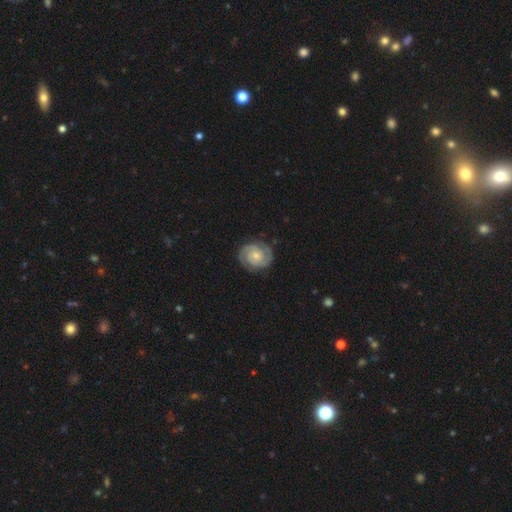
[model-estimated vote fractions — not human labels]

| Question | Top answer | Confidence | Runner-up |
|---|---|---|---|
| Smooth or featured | featured or disk | 85% | smooth (10%) |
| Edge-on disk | no | 98% | yes (2%) |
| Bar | no | 73% | weak (22%) |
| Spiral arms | yes | 97% | no (3%) |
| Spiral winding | tight | 70% | medium (25%) |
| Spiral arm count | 2 | 85% | can't tell (6%) |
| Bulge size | small | 57% | moderate (38%) |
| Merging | none | 83% | minor disturbance (12%) |